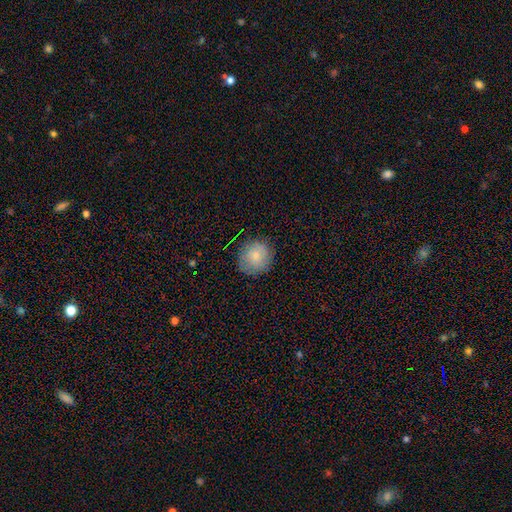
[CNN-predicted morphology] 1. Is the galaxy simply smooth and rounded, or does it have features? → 81% smooth, 11% featured or disk, 8% star or artifact.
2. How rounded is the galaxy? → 87% round, 12% in between, 1% cigar-shaped.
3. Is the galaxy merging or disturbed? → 84% none, 12% minor disturbance, 3% major disturbance, 1% merger.